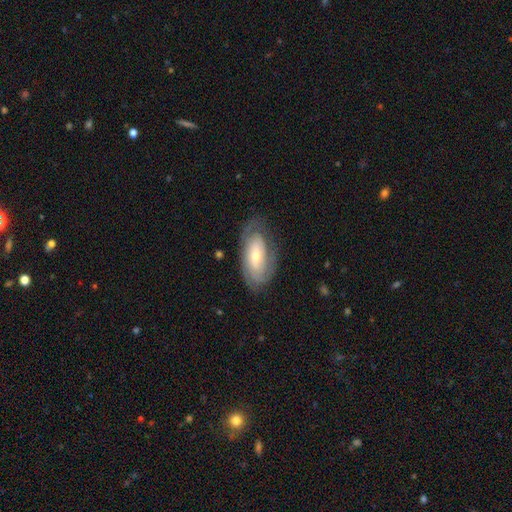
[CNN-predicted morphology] A featured or disk galaxy (68%) with no bar (49%), 2 (43%) tight (64%) spiral arms (83%) and a moderate central bulge (49%). Merging: none (72%).